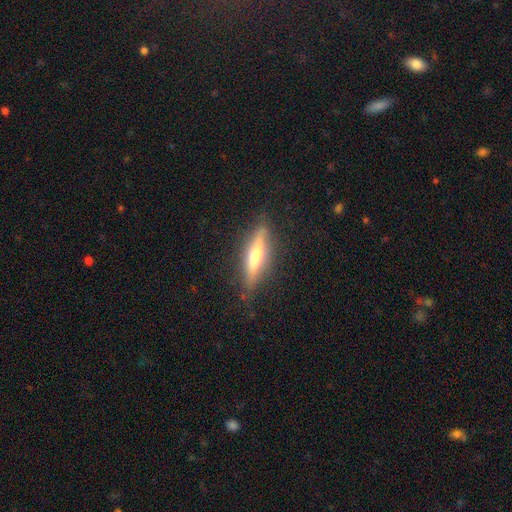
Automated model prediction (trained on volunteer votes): smooth_or_featured: featured or disk (p=0.54) [alt: smooth p=0.39]
disk_edge_on: yes (p=0.91) [alt: no p=0.09]
merging: none (p=0.84) [alt: minor disturbance p=0.12]